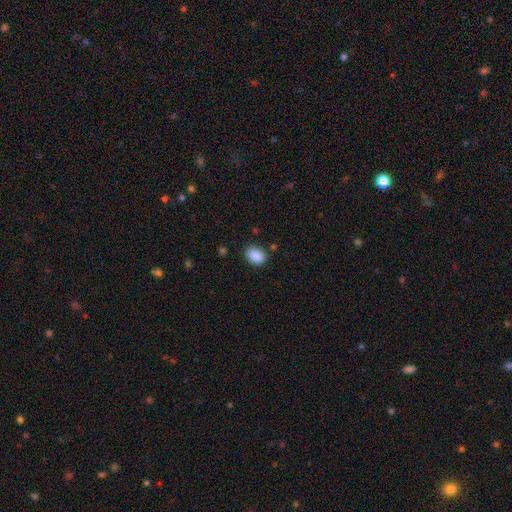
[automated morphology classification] Smooth or featured: smooth — 89% (star or artifact — 8%)
How rounded: in between — 68% (round — 31%)
Merging: none — 83% (minor disturbance — 12%)